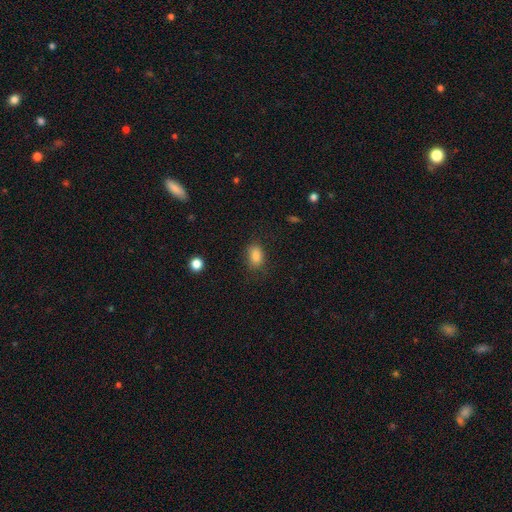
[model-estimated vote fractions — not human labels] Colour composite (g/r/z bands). It shows a smooth galaxy with no disk features (85%) that is in between round and cigar-shaped (81%). Merging: none (78%).